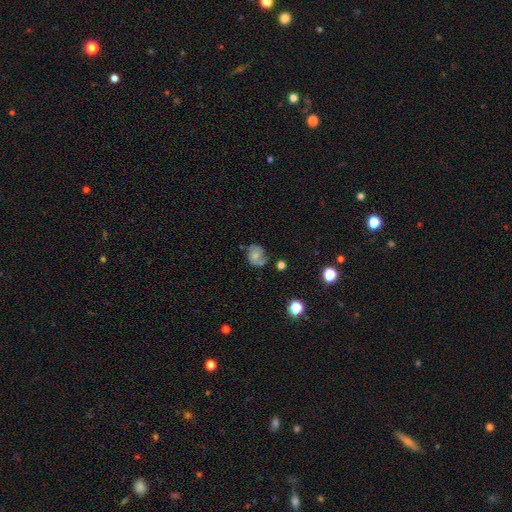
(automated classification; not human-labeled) Smooth or featured? Predicted: smooth (p=0.52). How rounded? Predicted: round (p=0.59). Merging? Predicted: none (p=0.57).